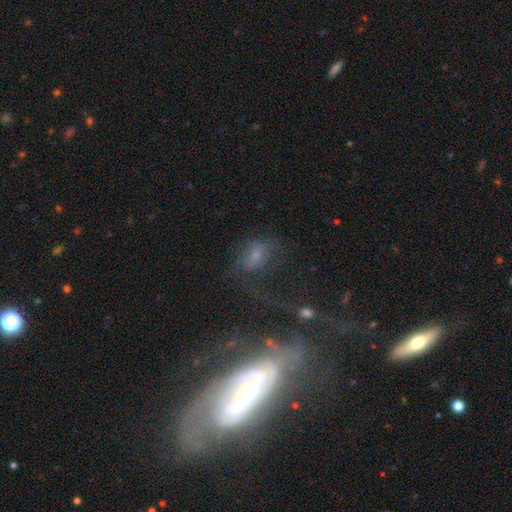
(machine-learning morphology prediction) This is marginally a smooth galaxy (41%). Merging: marginally none (42%).